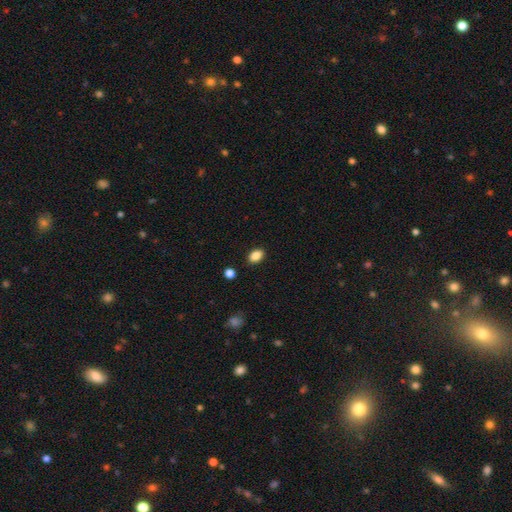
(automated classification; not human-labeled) This appears to be a smooth galaxy with no disk features (87%) that is in between round and cigar-shaped (86%). Merging: none (88%).